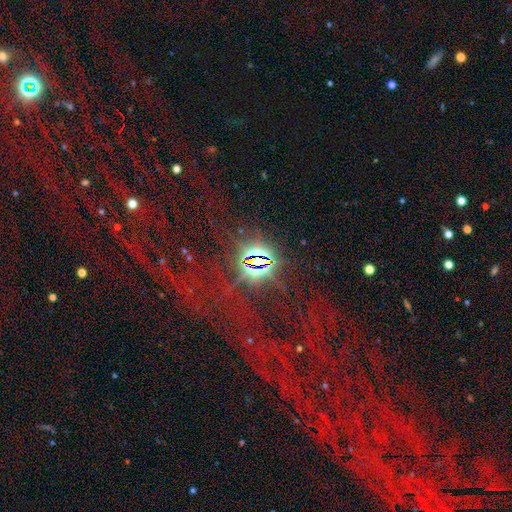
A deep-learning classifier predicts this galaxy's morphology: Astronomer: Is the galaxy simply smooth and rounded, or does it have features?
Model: star or artifact — 79%.